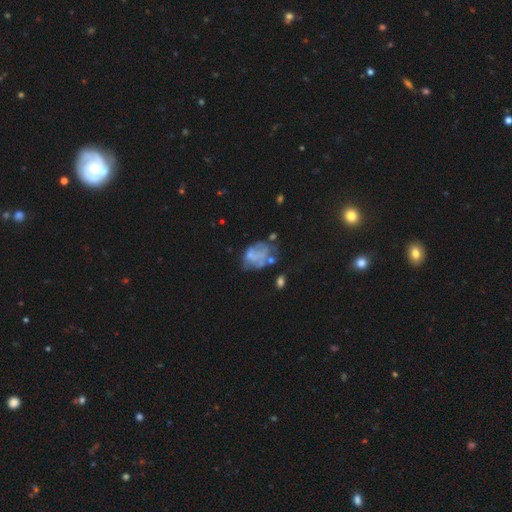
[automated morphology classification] type=featured or disk (50%); merging=none (34%).